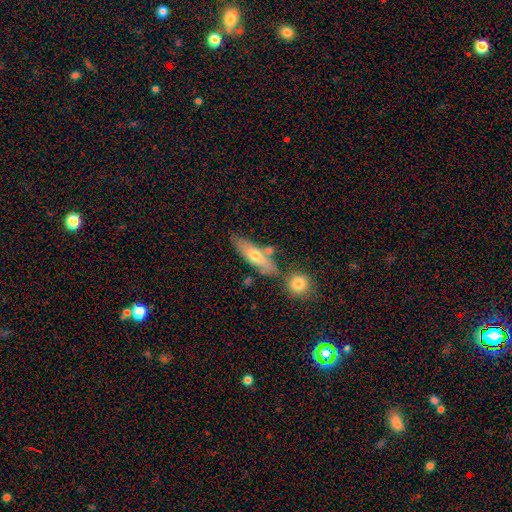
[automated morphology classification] Smooth or featured?
  - smooth: 59% *
  - featured or disk: 35%
  - star or artifact: 6%
How rounded?
  - cigar-shaped: 53% *
  - in between: 44%
  - round: 3%
Merging?
  - none: 66% *
  - minor disturbance: 15%
  - merger: 15%
  - major disturbance: 4%